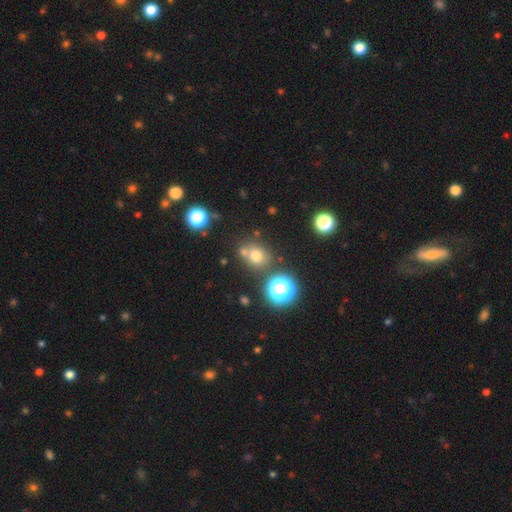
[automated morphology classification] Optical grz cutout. It shows a smooth galaxy with no disk features (68%) that is round (75%). Merging: none (67%).